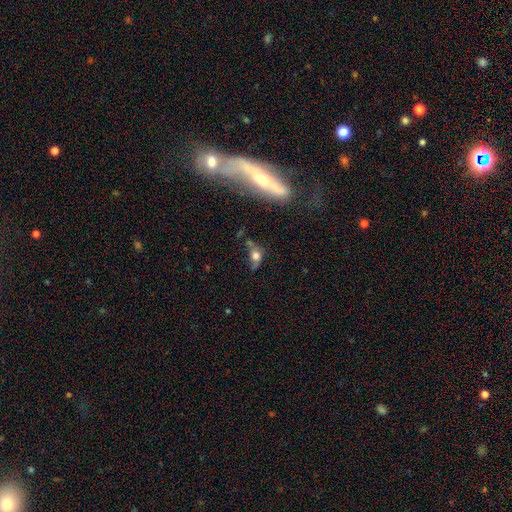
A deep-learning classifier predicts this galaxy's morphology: This is possibly a smooth galaxy (58%). How rounded: likely in between (65%). Merging: marginally none (33%).